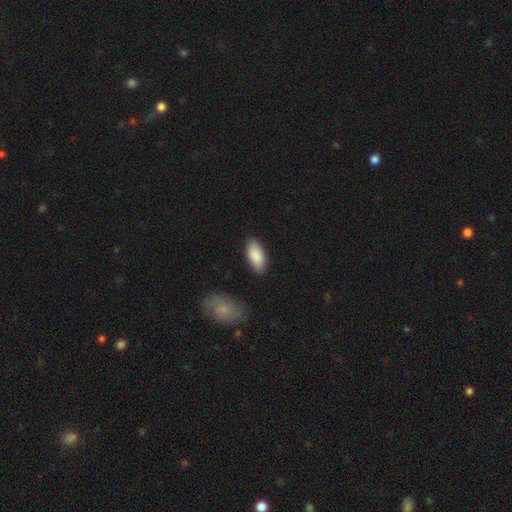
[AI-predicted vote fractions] smooth_or_featured: smooth (p=0.88) [alt: featured or disk p=0.07]
how_rounded: in between (p=0.90) [alt: cigar-shaped p=0.08]
merging: none (p=0.84) [alt: minor disturbance p=0.12]